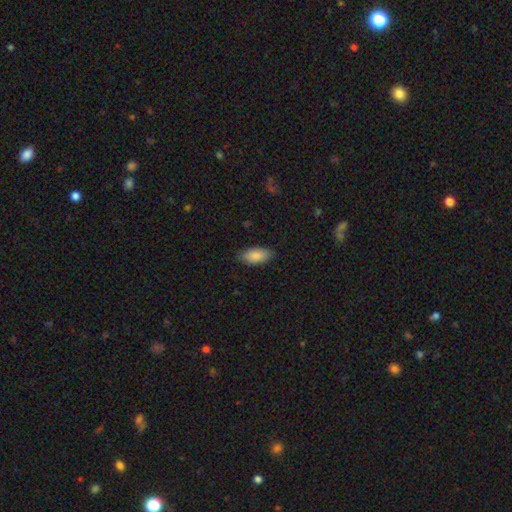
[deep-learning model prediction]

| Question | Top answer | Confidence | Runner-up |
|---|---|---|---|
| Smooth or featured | smooth | 88% | star or artifact (6%) |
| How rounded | in between | 91% | cigar-shaped (7%) |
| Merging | none | 86% | minor disturbance (11%) |